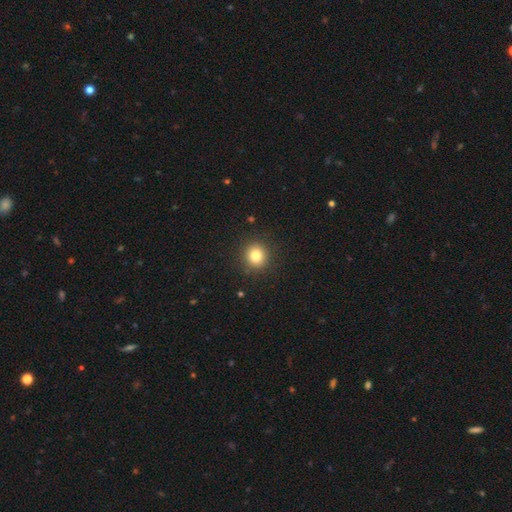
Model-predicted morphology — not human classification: Smooth or featured? smooth (81%)
How rounded? round (92%)
Merging? none (91%)